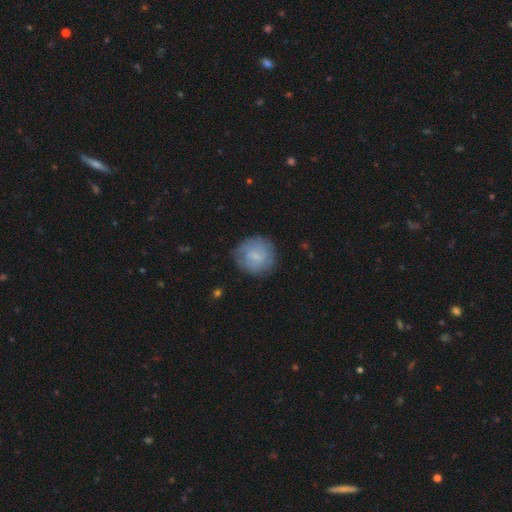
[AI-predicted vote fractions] A smooth galaxy with no disk features (64%) that is round (89%).

Vote fractions:
- Smooth or featured? smooth: 64% / featured or disk: 29% / star or artifact: 7%
- How rounded? round: 89% / in between: 10% / cigar-shaped: 1%
- Merging? none: 73% / minor disturbance: 19% / major disturbance: 7% / merger: 1%